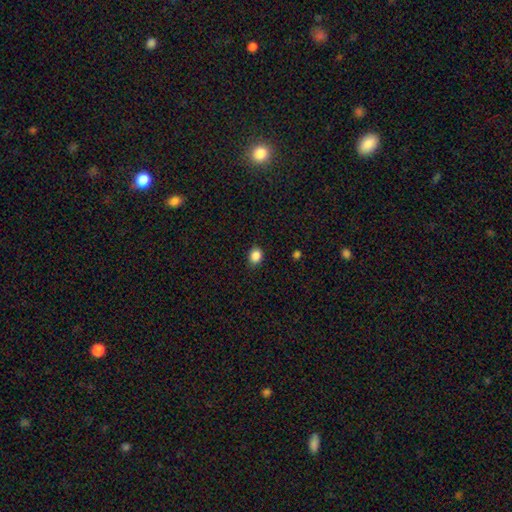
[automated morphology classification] Smooth or featured? Predicted: smooth (p=0.87). How rounded? Predicted: in between (p=0.51). Merging? Predicted: none (p=0.87).